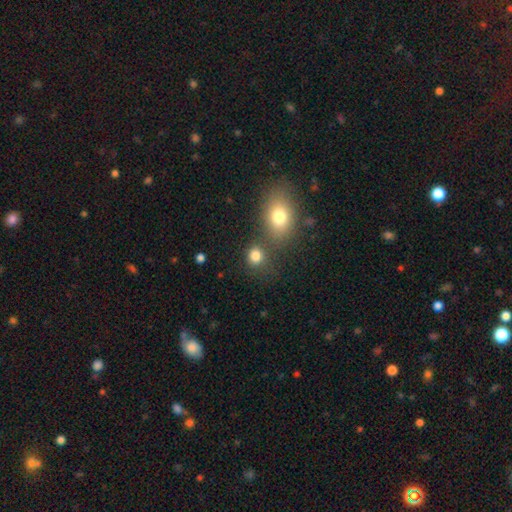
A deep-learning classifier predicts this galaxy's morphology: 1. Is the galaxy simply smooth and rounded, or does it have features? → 82% smooth, 13% star or artifact, 6% featured or disk.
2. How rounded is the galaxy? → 73% round, 26% in between, 1% cigar-shaped.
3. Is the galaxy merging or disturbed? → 65% none, 21% merger, 10% minor disturbance, 5% major disturbance.